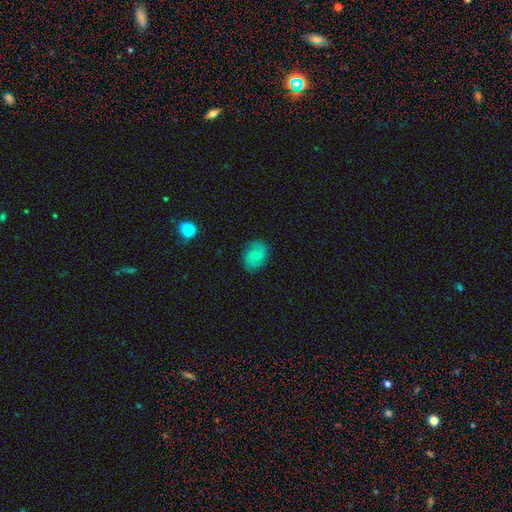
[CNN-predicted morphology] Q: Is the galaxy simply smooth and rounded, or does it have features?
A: smooth — 47%.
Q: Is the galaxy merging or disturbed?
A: none — 83%.